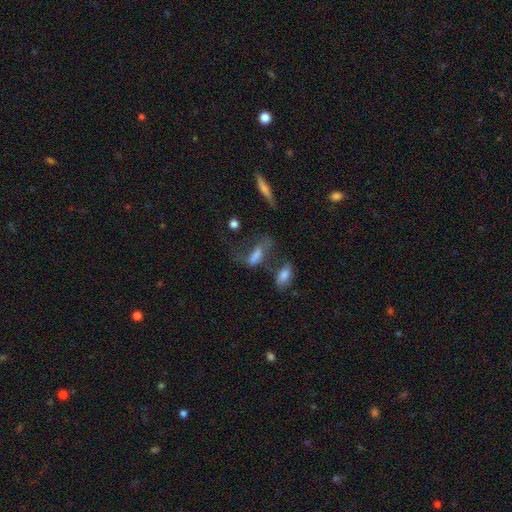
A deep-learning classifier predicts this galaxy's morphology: This appears to be a smooth galaxy with no disk features (50%) that is in between round and cigar-shaped (59%). Merging: none (35%).